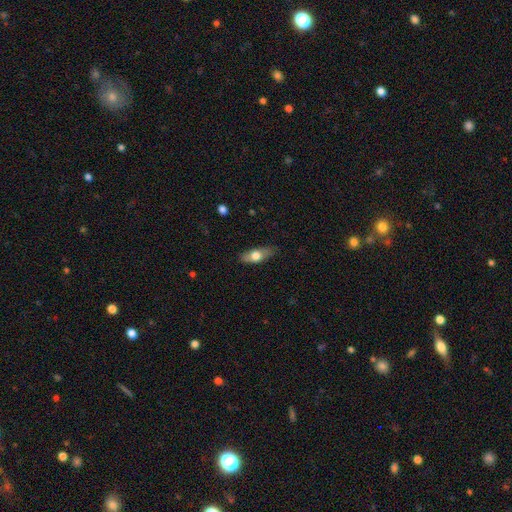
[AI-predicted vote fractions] Smooth or featured?
  - smooth: 63% *
  - featured or disk: 30%
  - star or artifact: 6%
How rounded?
  - in between: 72% *
  - cigar-shaped: 24%
  - round: 4%
Merging?
  - none: 81% *
  - minor disturbance: 15%
  - major disturbance: 3%
  - merger: 1%